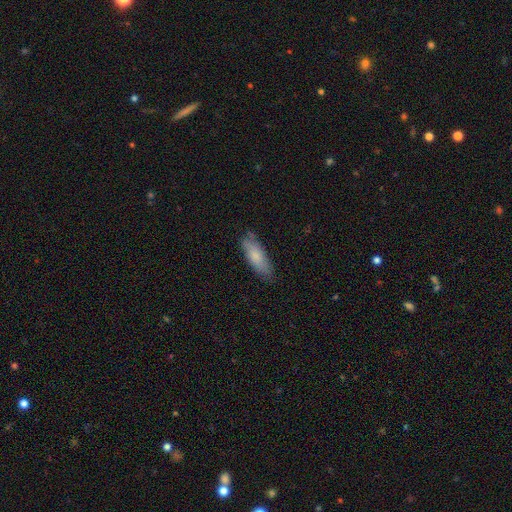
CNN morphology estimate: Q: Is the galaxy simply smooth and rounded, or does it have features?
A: smooth — 78%.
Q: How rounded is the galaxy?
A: in between — 58%.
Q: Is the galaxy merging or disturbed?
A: none — 75%.